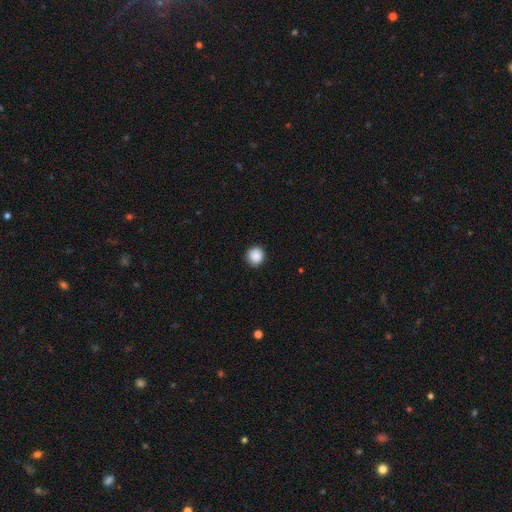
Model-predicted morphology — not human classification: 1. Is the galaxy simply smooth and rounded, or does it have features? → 88% smooth, 9% star or artifact, 3% featured or disk.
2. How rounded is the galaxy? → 93% round, 6% in between, 1% cigar-shaped.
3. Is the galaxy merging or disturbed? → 90% none, 7% minor disturbance, 2% major disturbance, 1% merger.